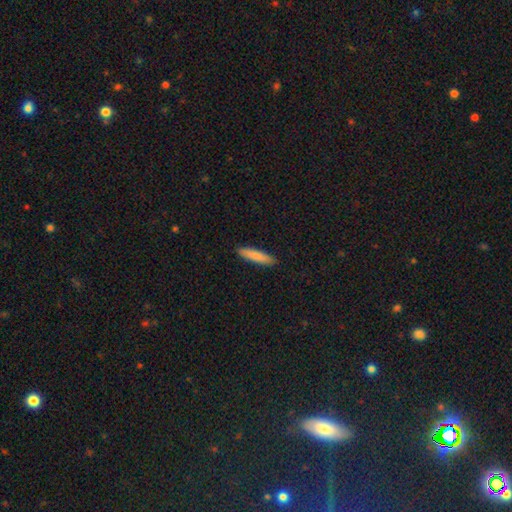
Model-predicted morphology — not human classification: Overall: smooth (86%). How rounded: cigar-shaped (84%). Merging: none (91%).